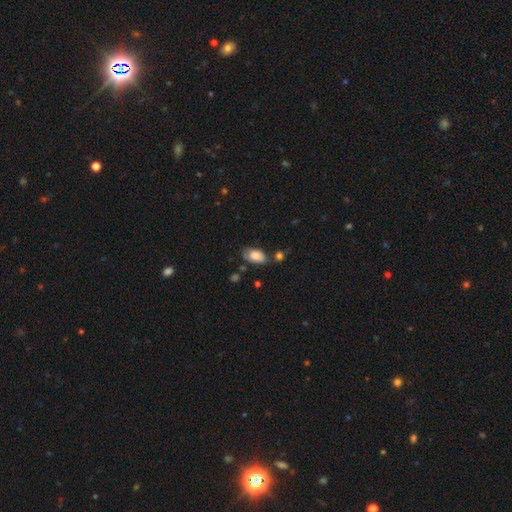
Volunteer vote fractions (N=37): This appears to be a smooth galaxy with no disk features (73%) that is in between round and cigar-shaped (96%). Merging: none (47%).